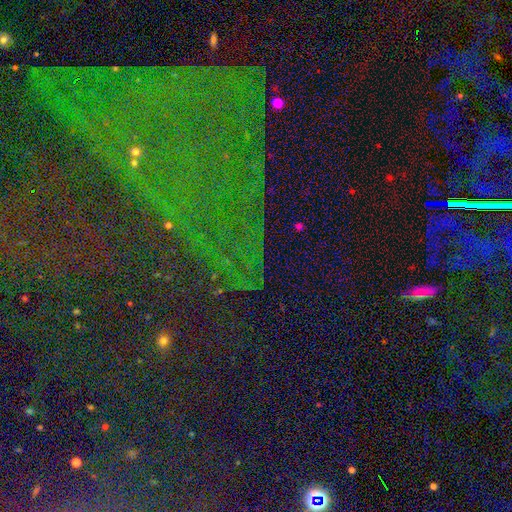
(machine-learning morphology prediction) smooth-or-featured: star or artifact: 81% | smooth: 10% | featured or disk: 9%